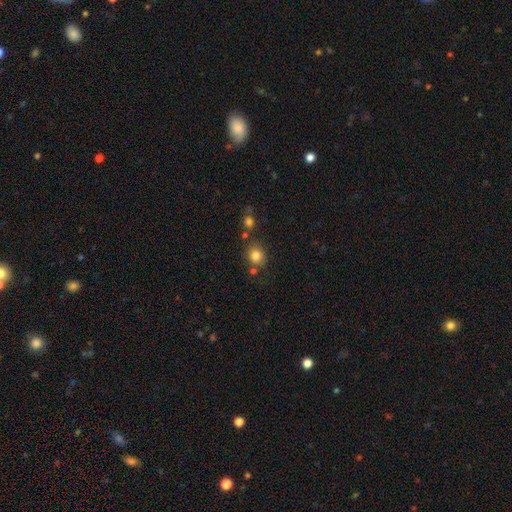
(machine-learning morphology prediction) Smooth or featured? Predicted: smooth (p=0.81). How rounded? Predicted: round (p=0.77). Merging? Predicted: none (p=0.74).